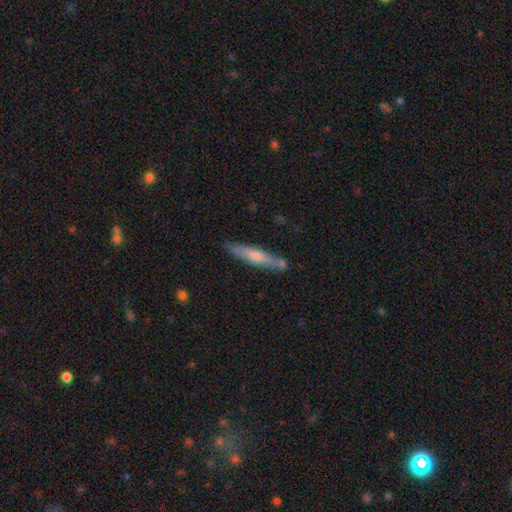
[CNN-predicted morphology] Overall: smooth (52%; featured or disk 43%). How rounded: cigar-shaped (90%). Merging: none (79%).